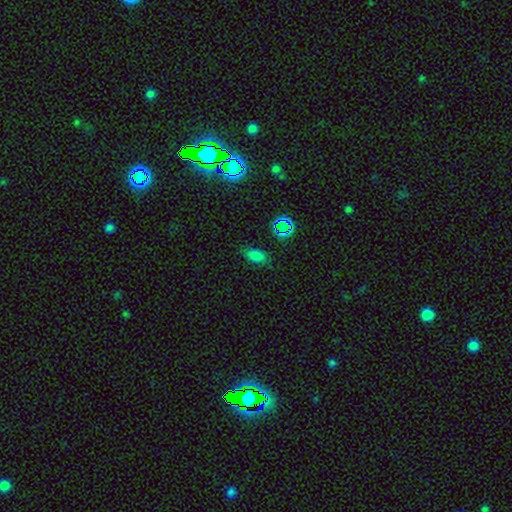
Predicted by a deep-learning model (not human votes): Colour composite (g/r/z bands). It shows a smooth galaxy with no disk features (72%) that is in between round and cigar-shaped (87%). Merging: none (77%).